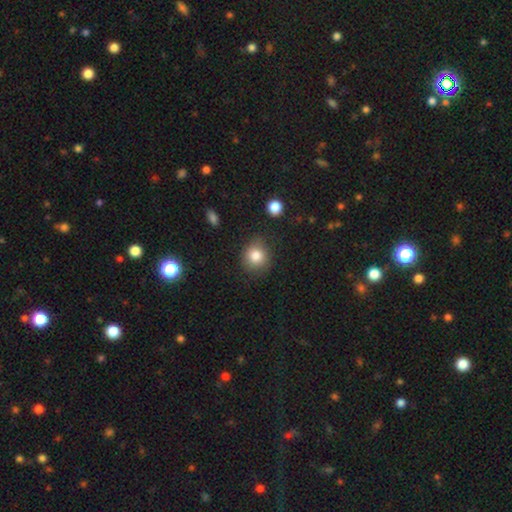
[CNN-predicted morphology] Smooth or featured?
  - smooth: 82% *
  - star or artifact: 10%
  - featured or disk: 7%
How rounded?
  - round: 84% *
  - in between: 15%
  - cigar-shaped: 1%
Merging?
  - none: 79% *
  - minor disturbance: 15%
  - major disturbance: 4%
  - merger: 2%